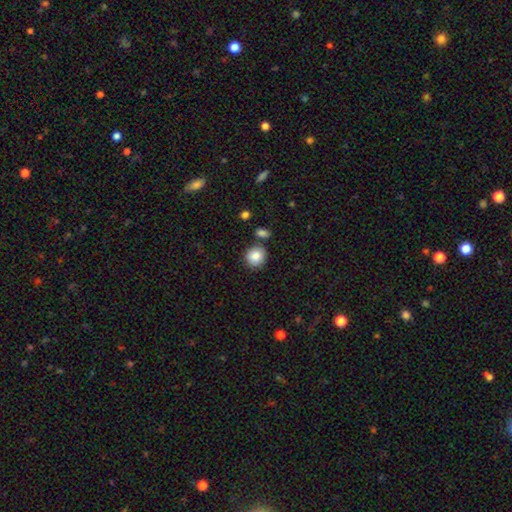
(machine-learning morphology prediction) Smooth or featured?
  - smooth: 86% *
  - star or artifact: 8%
  - featured or disk: 6%
How rounded?
  - round: 87% *
  - in between: 12%
  - cigar-shaped: 1%
Merging?
  - none: 79% *
  - minor disturbance: 9%
  - merger: 9%
  - major disturbance: 3%